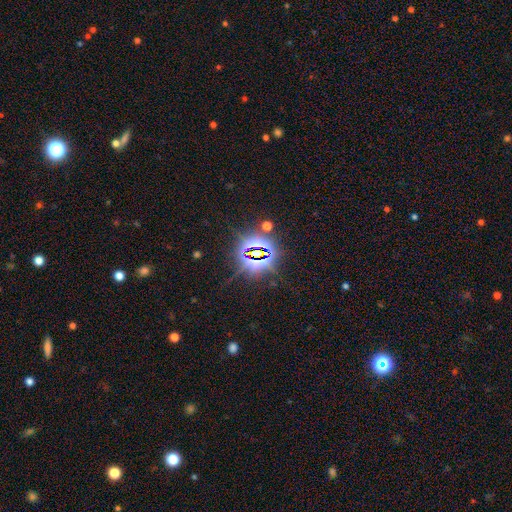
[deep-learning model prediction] The model was most divided on "smooth or featured": star or artifact: 81%, smooth: 11%, featured or disk: 8%.